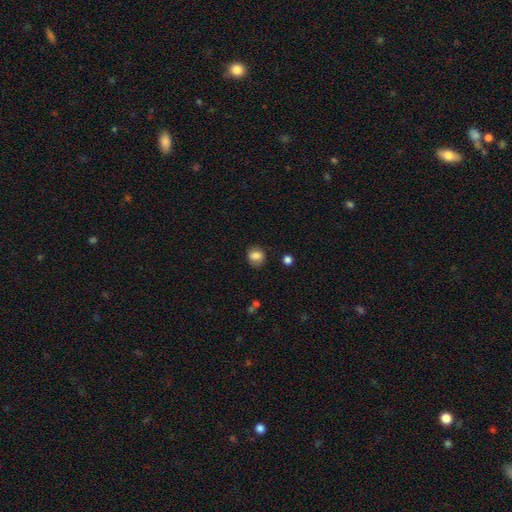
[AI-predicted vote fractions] smooth 83%, star or artifact 9%, featured or disk 7%. Down the decision tree: how rounded — round (59%); merging — none (77%).